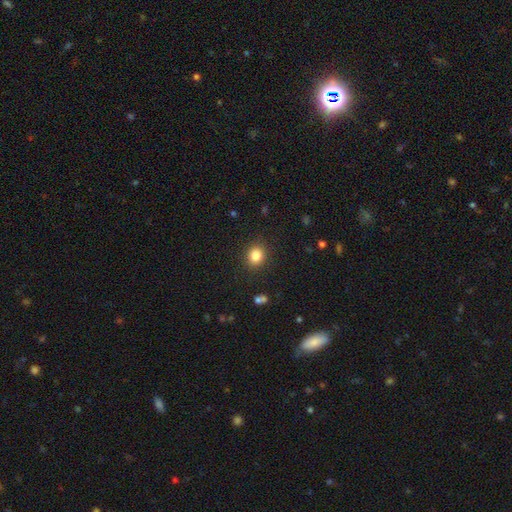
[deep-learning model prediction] Smooth or featured: smooth — 84% (star or artifact — 11%)
How rounded: round — 73% (in between — 26%)
Merging: none — 89% (minor disturbance — 7%)